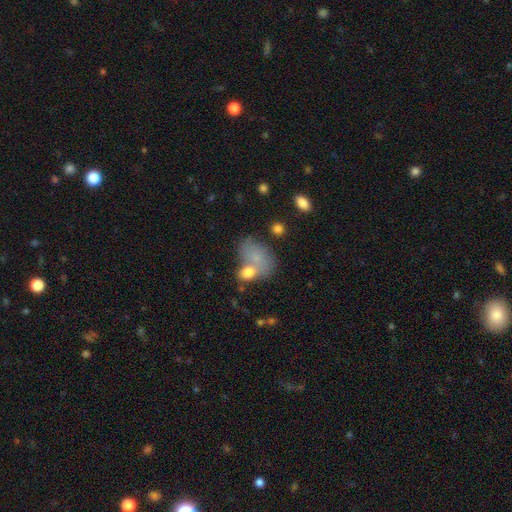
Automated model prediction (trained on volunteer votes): smooth-or-featured: smooth: 68% | featured or disk: 20% | star or artifact: 12%
  how-rounded: in between: 74% | round: 24% | cigar-shaped: 2%
  merging: merger: 39% | none: 32% | minor disturbance: 18% | major disturbance: 12%